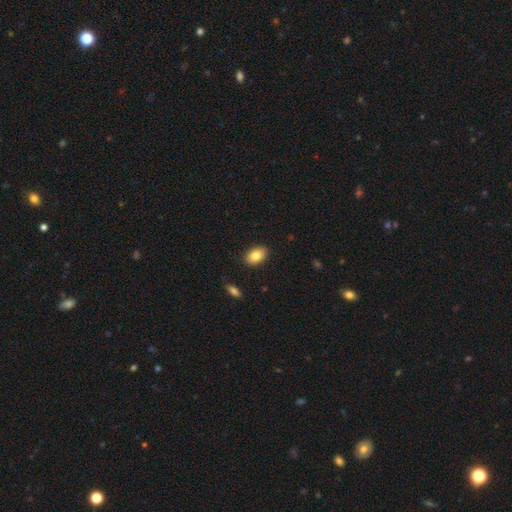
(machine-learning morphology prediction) The model was most divided on "smooth or featured": smooth: 82%, featured or disk: 10%, star or artifact: 7%. More confident: merging — none (88%); how rounded — in between (88%).